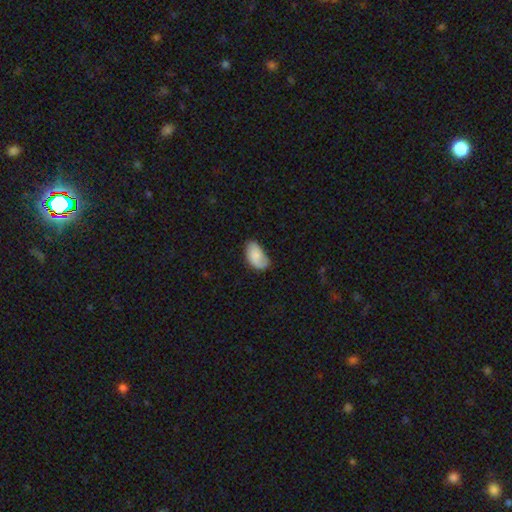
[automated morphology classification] type=smooth (73%); roundness=in between (93%); merging=none (57%).